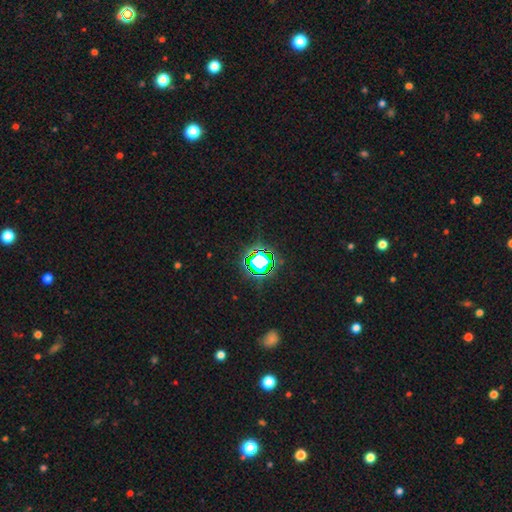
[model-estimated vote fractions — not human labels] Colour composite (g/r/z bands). It shows a star or artifact, not a galaxy (70%).